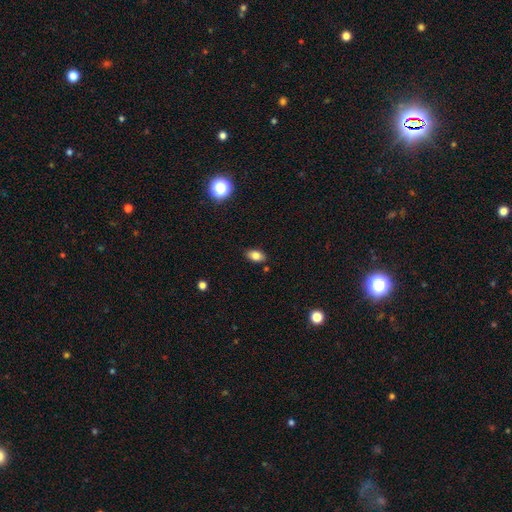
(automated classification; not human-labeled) Smooth or featured? smooth (81%)
How rounded? in between (88%)
Merging? none (86%)